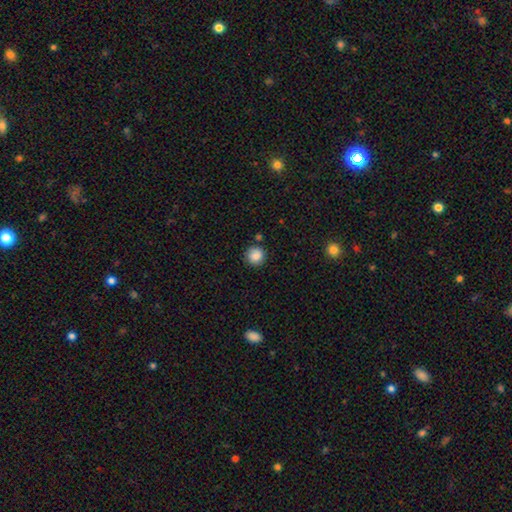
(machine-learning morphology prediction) smooth_or_featured: smooth (p=0.83) [alt: star or artifact p=0.10]
how_rounded: round (p=0.92) [alt: in between p=0.07]
merging: none (p=0.82) [alt: minor disturbance p=0.11]